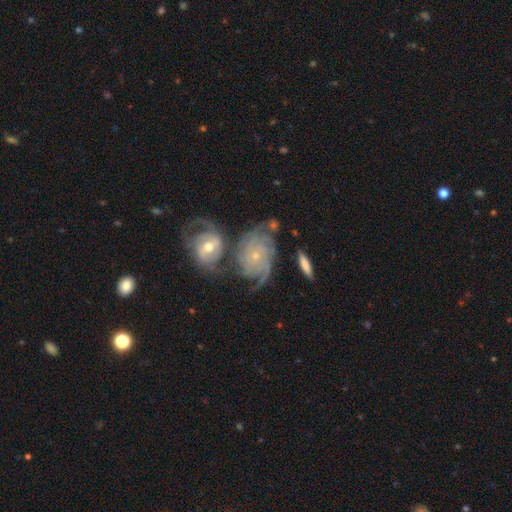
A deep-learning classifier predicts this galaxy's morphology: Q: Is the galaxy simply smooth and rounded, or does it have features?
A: featured or disk — 86%.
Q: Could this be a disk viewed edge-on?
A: no — 96%.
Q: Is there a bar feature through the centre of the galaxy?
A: no — 74%.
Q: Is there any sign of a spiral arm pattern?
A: yes — 97%.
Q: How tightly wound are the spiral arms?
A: tight — 66%.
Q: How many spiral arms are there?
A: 3 — 29%.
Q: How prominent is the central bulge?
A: small — 73%.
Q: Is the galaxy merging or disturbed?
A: none — 49%.